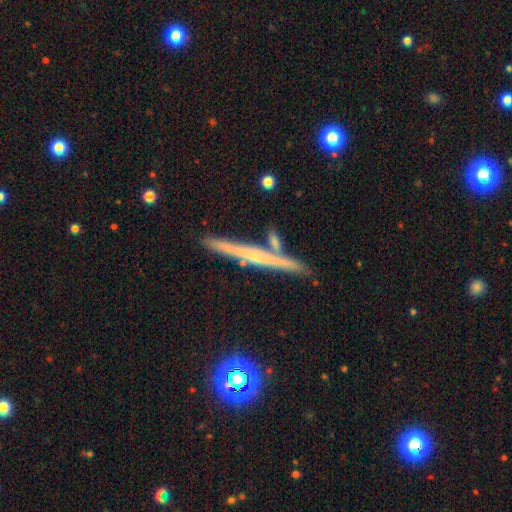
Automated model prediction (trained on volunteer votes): Overall: featured or disk (65%; smooth 27%). Edge-on disk: yes (97%). Edge-on bulge: none (59%; rounded 35%). Merging: none (82%).